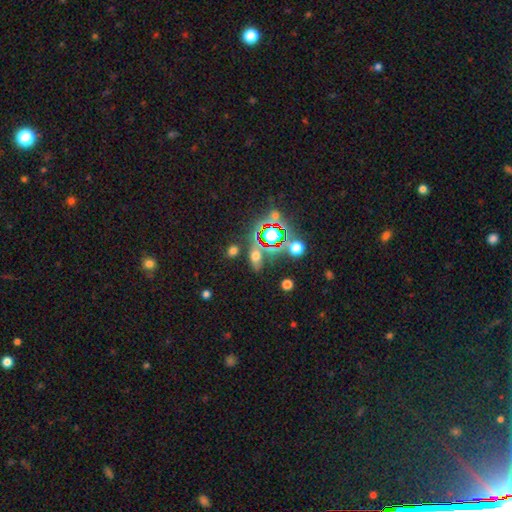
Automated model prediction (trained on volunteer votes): A smooth galaxy with no disk features (49%). Merging: none (72%).